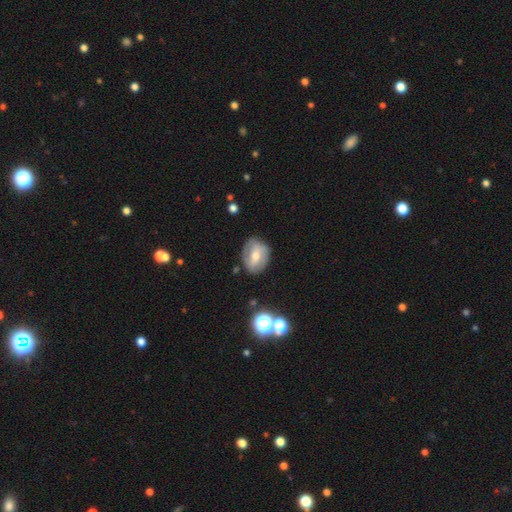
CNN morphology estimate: A featured or disk galaxy (49%). Merging: none (72%).